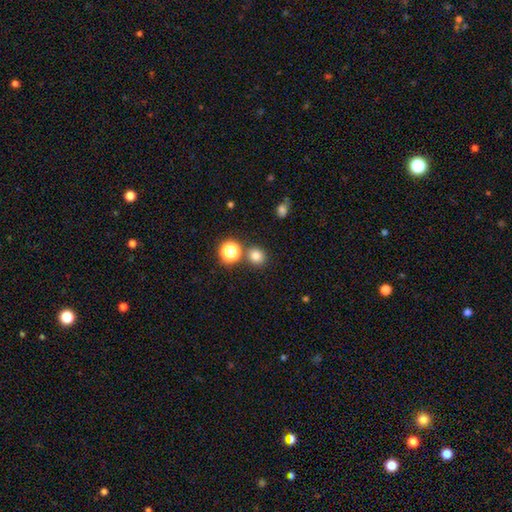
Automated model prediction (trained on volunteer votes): Q: Smooth or featured?
A: smooth (78%); runner-up: star or artifact (17%)
Q: How rounded?
A: round (86%); runner-up: in between (13%)
Q: Merging?
A: none (80%); runner-up: merger (10%)